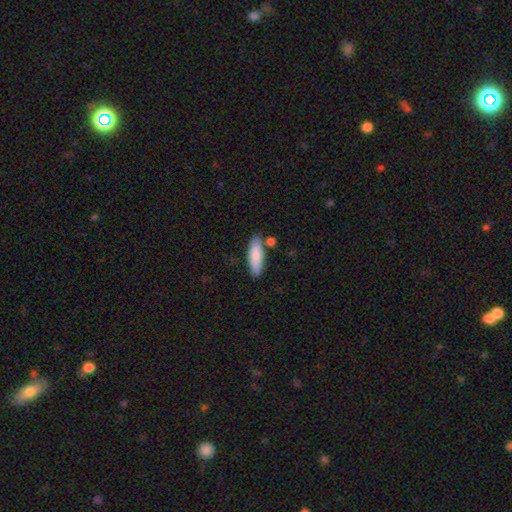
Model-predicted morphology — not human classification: This is clearly a smooth galaxy (85%). How rounded: possibly in between (52%). Merging: likely none (78%).